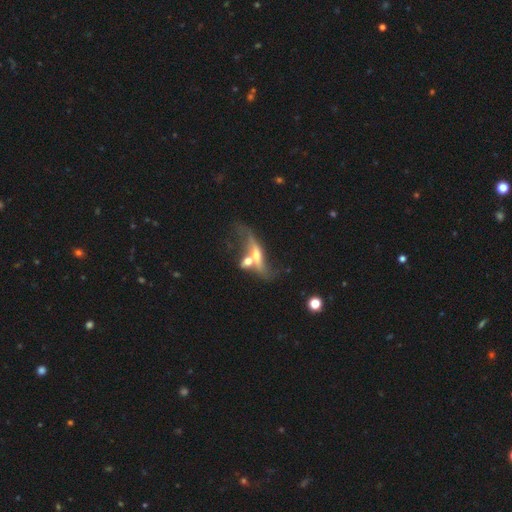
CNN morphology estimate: type=featured or disk (69%); edge-on=no (55%); merging=merger (53%).